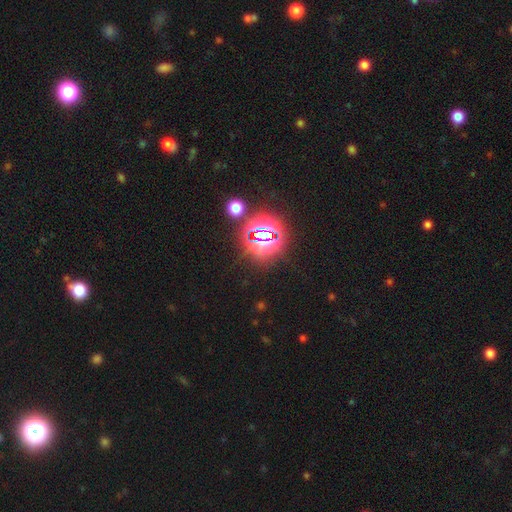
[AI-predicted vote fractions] Morphology: type=star or artifact (82%).